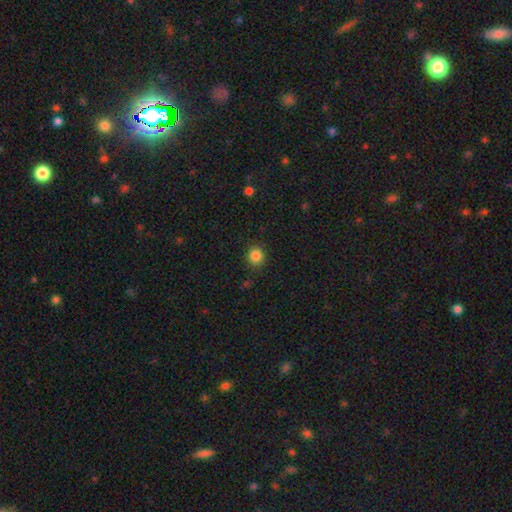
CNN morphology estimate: This appears to be a smooth galaxy with no disk features (85%) that is round (84%). Merging: none (86%).